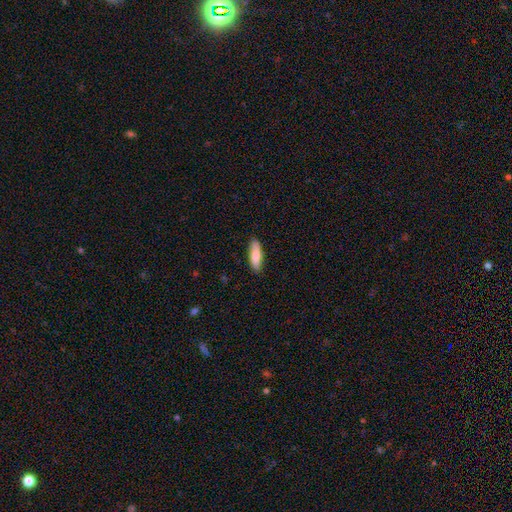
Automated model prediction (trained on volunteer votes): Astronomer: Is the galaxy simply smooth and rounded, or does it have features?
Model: smooth — 80%.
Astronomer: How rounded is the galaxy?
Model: cigar-shaped — 51% (runner-up: in between, 47%).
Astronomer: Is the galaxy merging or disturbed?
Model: none — 86%.